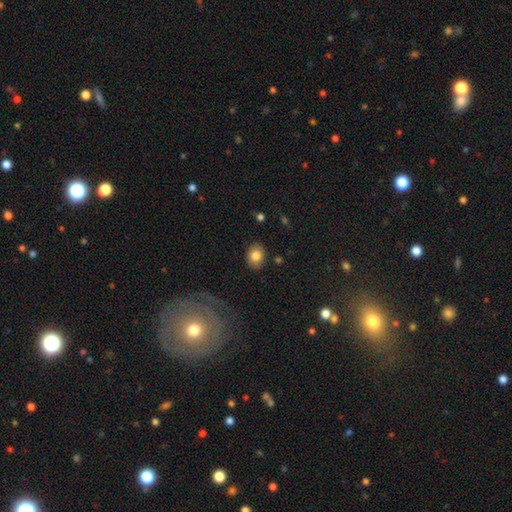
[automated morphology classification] Smooth or featured? Predicted: smooth (p=0.82). How rounded? Predicted: in between (p=0.54). Merging? Predicted: none (p=0.86).